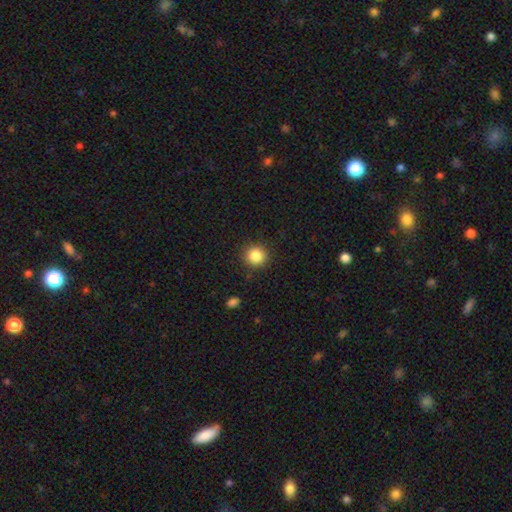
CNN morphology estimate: The model was most divided on "smooth or featured": smooth: 85%, star or artifact: 10%, featured or disk: 5%. More confident: how rounded — round (91%); merging — none (90%).